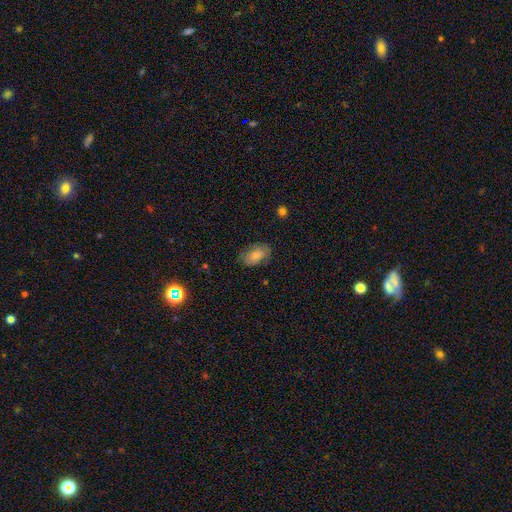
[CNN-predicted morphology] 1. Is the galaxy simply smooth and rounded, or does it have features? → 70% smooth, 18% featured or disk, 12% star or artifact.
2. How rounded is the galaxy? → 89% in between, 9% round, 2% cigar-shaped.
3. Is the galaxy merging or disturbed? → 77% none, 18% minor disturbance, 4% major disturbance, 1% merger.